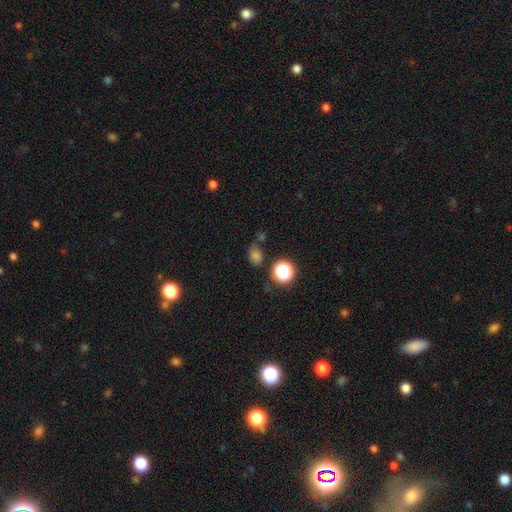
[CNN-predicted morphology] The model was most divided on "smooth or featured": smooth: 57%, star or artifact: 34%, featured or disk: 8%. More confident: merging — none (64%); how rounded — round (62%).